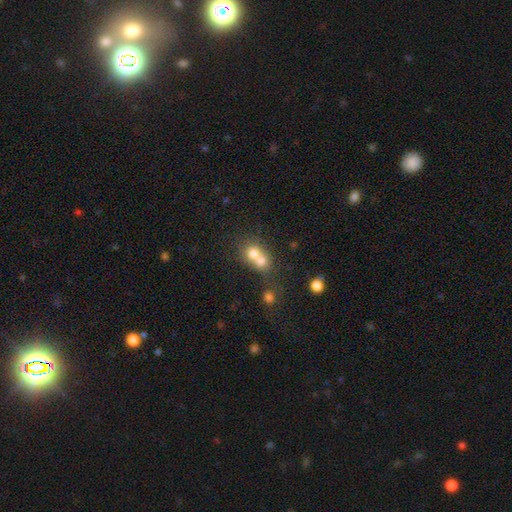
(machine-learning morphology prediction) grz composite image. It shows a smooth galaxy with no disk features (71%) that is round (75%). Merging: merger (68%).